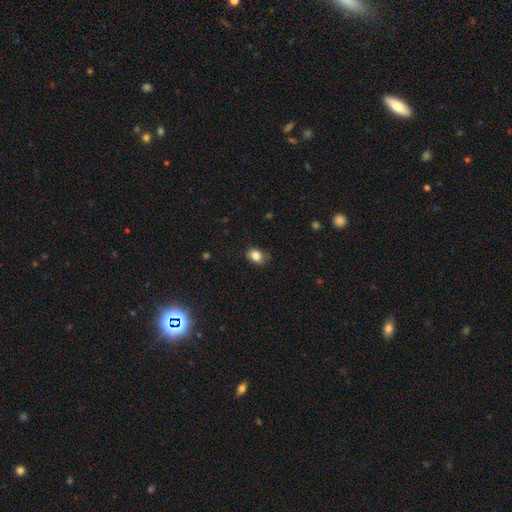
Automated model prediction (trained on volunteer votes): smooth_or_featured: smooth (p=0.83) [alt: star or artifact p=0.10]
how_rounded: in between (p=0.67) [alt: round p=0.32]
merging: none (p=0.71) [alt: minor disturbance p=0.23]